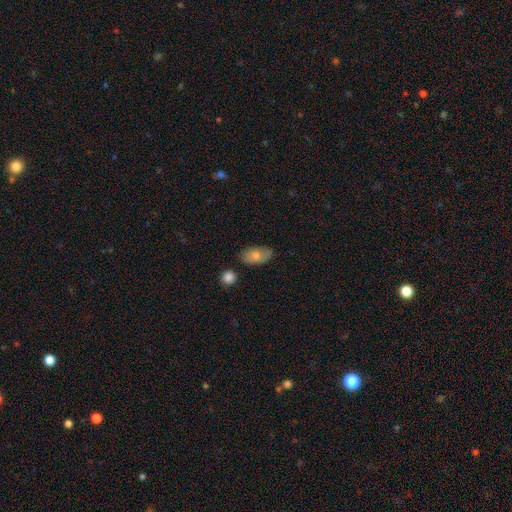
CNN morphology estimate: Q: Smooth or featured?
A: smooth (74%); runner-up: featured or disk (18%)
Q: How rounded?
A: in between (90%); runner-up: round (7%)
Q: Merging?
A: none (71%); runner-up: minor disturbance (21%)